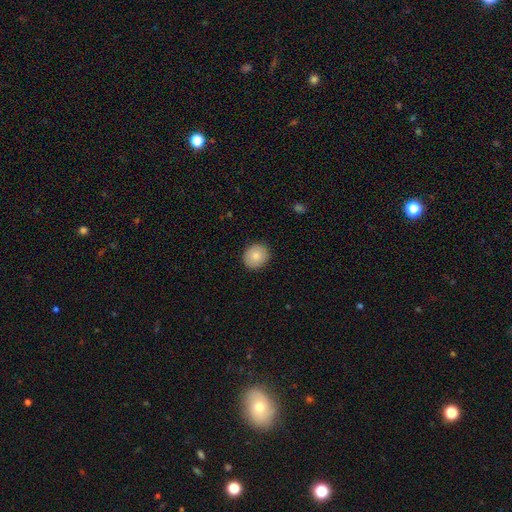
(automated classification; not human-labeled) Smooth or featured: smooth — 83% (featured or disk — 9%)
How rounded: round — 82% (in between — 18%)
Merging: none — 90% (minor disturbance — 7%)